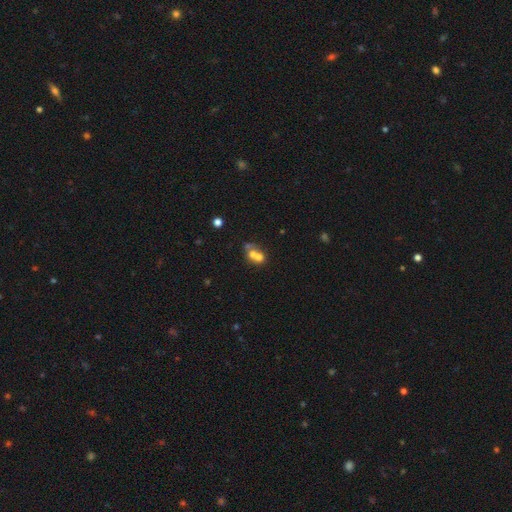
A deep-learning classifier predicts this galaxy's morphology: Smooth or featured: smooth — 59% (featured or disk — 27%)
How rounded: round — 62% (in between — 37%)
Merging: merger — 64% (none — 25%)